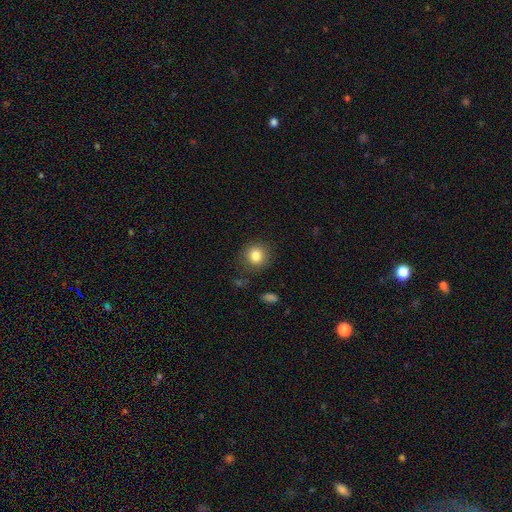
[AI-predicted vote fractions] smooth_or_featured: smooth (p=0.83) [alt: star or artifact p=0.10]
how_rounded: round (p=0.87) [alt: in between p=0.12]
merging: none (p=0.83) [alt: minor disturbance p=0.11]